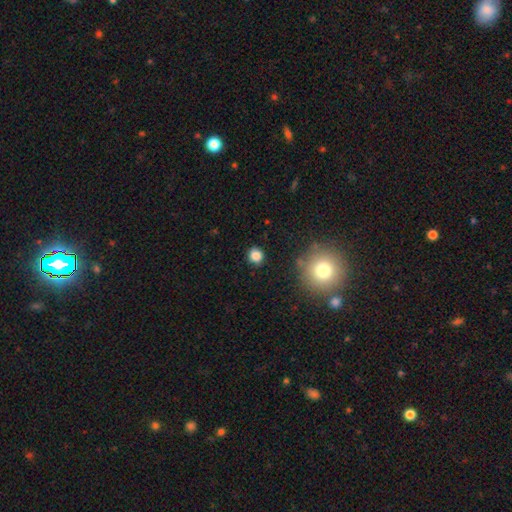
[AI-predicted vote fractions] smooth-or-featured: smooth: 84% | star or artifact: 12% | featured or disk: 4%
  how-rounded: round: 87% | in between: 12% | cigar-shaped: 1%
  merging: none: 88% | minor disturbance: 8% | major disturbance: 2% | merger: 2%